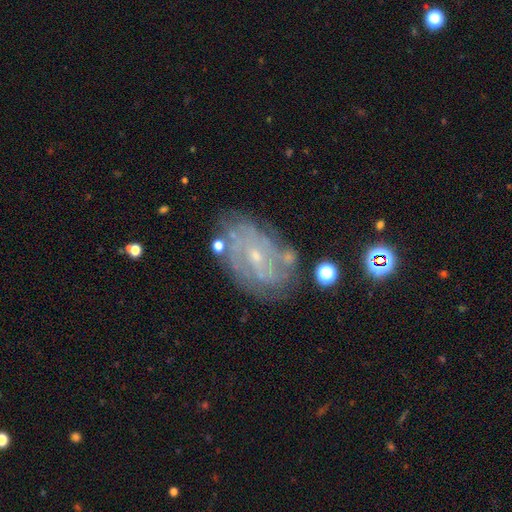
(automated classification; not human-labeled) featured or disk 78%, smooth 12%, star or artifact 10%. Down the decision tree: edge-on disk — no (96%); bar — no (52%); spiral arms — yes (89%); spiral arm count — can't tell (45%); spiral winding — tight (66%); bulge size — small (77%); merging — none (72%).